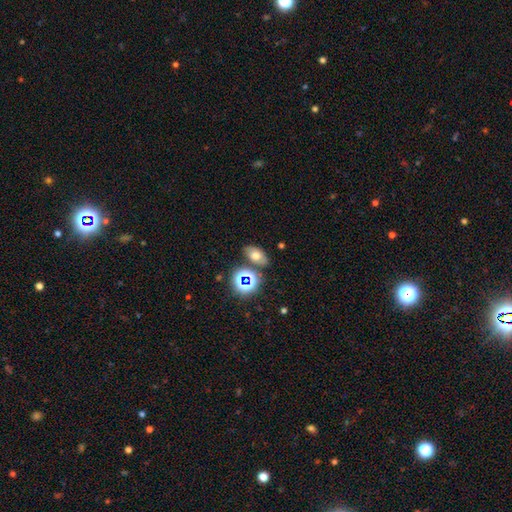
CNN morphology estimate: Smooth or featured?
  - smooth: 60% *
  - star or artifact: 21%
  - featured or disk: 19%
How rounded?
  - in between: 83% *
  - round: 15%
  - cigar-shaped: 2%
Merging?
  - none: 75% *
  - minor disturbance: 12%
  - merger: 10%
  - major disturbance: 4%